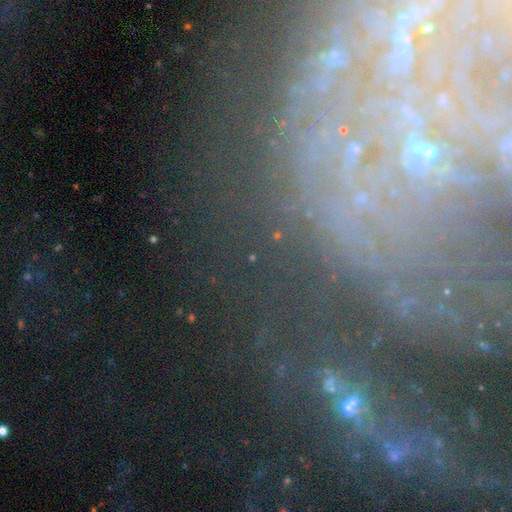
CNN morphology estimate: A featured or disk galaxy (58%) with no bar (57%), spiral arms (77%) and a small central bulge (62%). Merging: none (69%).